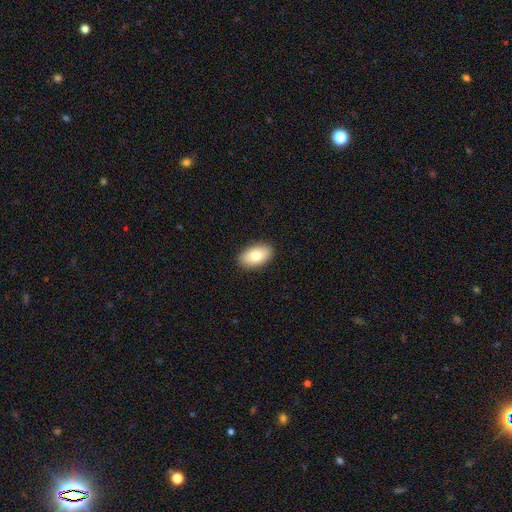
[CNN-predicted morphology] This is likely a smooth galaxy (79%). How rounded: clearly in between (94%). Merging: clearly none (90%).